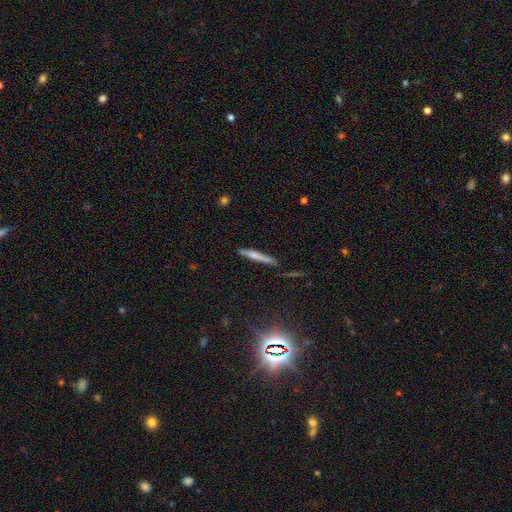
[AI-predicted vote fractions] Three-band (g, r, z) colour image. It shows a smooth galaxy with no disk features (56%) that is cigar-shaped (93%). Merging: none (75%).